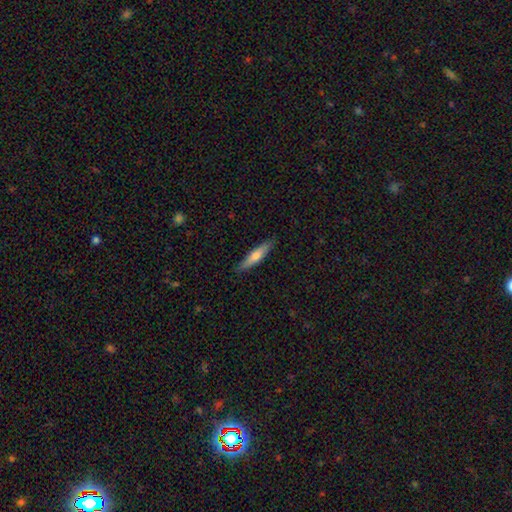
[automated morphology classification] smooth 56%, featured or disk 38%, star or artifact 6%. Down the decision tree: how rounded — cigar-shaped (85%); merging — none (88%).